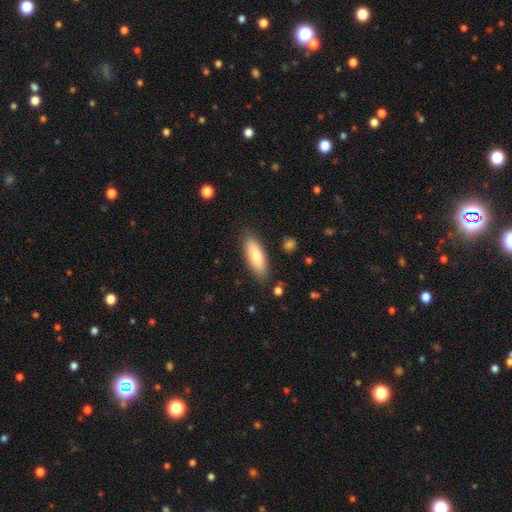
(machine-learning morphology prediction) Smooth or featured? Predicted: smooth (p=0.79). How rounded? Predicted: in between (p=0.60). Merging? Predicted: none (p=0.84).